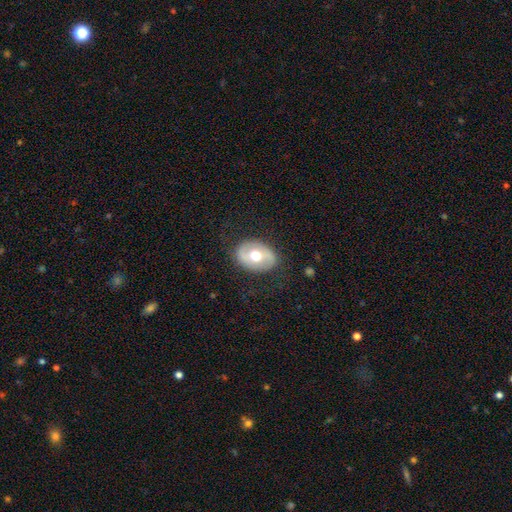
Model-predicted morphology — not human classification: A featured or disk galaxy (50%). Merging: none (80%).